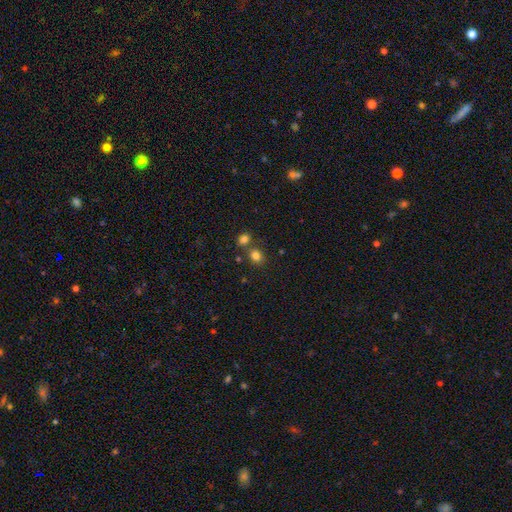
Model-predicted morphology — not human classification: Smooth or featured: smooth — 80% (star or artifact — 14%)
How rounded: round — 69% (in between — 30%)
Merging: none — 65% (merger — 24%)